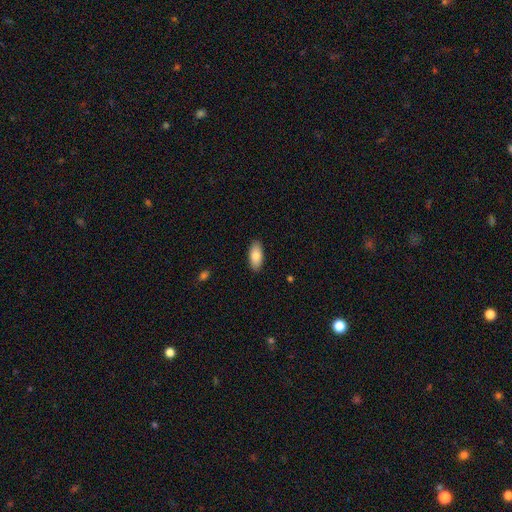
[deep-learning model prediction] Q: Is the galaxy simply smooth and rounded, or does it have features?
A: smooth — 81%.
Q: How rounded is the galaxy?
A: in between — 89%.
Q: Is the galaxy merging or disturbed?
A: none — 89%.